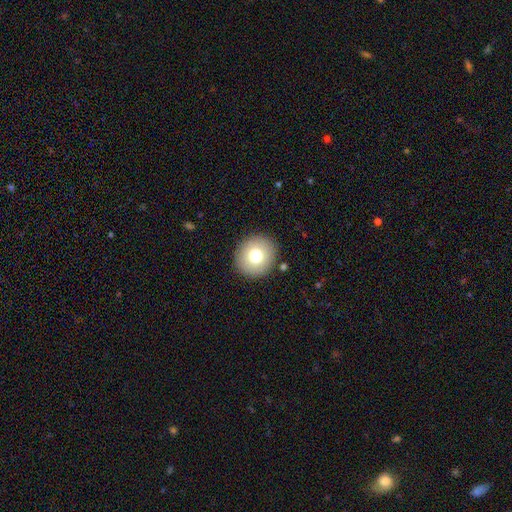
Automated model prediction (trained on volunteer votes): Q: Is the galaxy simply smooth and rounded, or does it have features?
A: smooth — 75%.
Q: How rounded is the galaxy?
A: round — 87%.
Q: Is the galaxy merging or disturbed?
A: none — 90%.